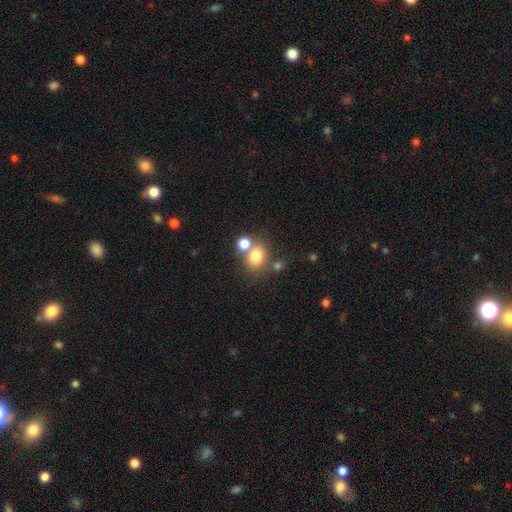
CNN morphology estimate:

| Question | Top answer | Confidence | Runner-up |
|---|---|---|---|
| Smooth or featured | smooth | 76% | star or artifact (13%) |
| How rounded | round | 64% | in between (35%) |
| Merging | none | 54% | merger (32%) |